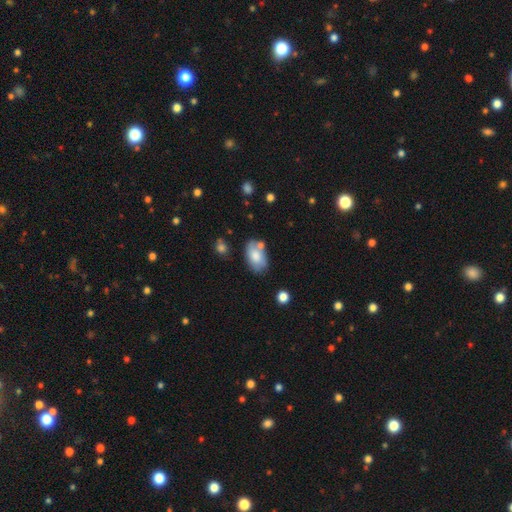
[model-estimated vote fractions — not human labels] Morphology: type=smooth (77%); roundness=in between (92%); merging=none (61%).